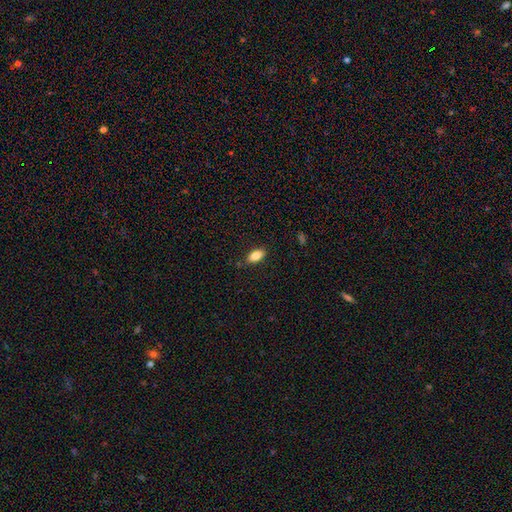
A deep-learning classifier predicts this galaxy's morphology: type=smooth (85%); roundness=in between (90%); merging=none (85%).